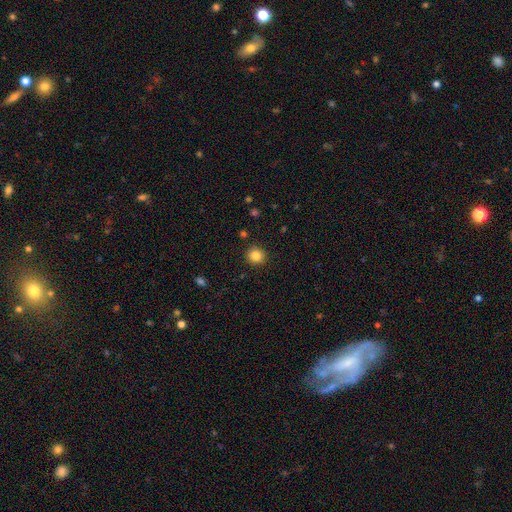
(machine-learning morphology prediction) A smooth galaxy with no disk features (85%) that is round (91%).

Vote fractions:
- Smooth or featured? smooth: 85% / star or artifact: 11% / featured or disk: 4%
- How rounded? round: 91% / in between: 8% / cigar-shaped: 1%
- Merging? none: 91% / minor disturbance: 6% / major disturbance: 2% / merger: 1%